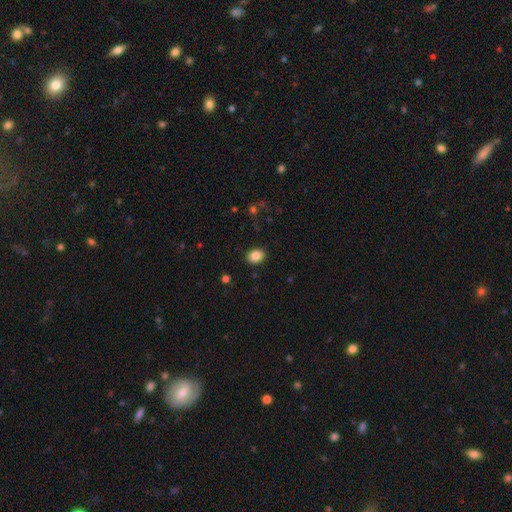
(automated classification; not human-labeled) Morphology: type=smooth (87%); roundness=in between (64%); merging=none (89%).